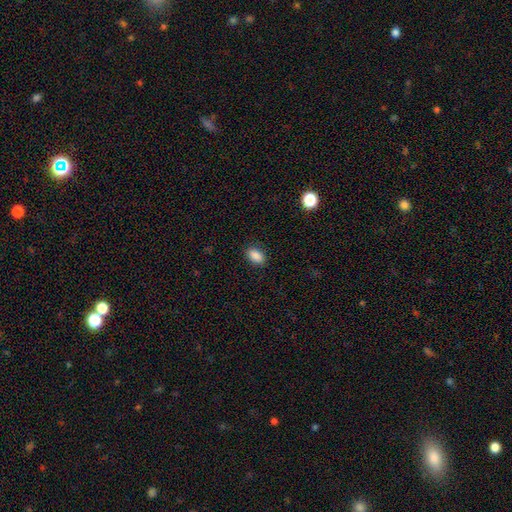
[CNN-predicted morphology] The model was most divided on "merging": none: 88%, minor disturbance: 9%, major disturbance: 2%, merger: 1%. More confident: how rounded — in between (90%); smooth or featured — smooth (88%).